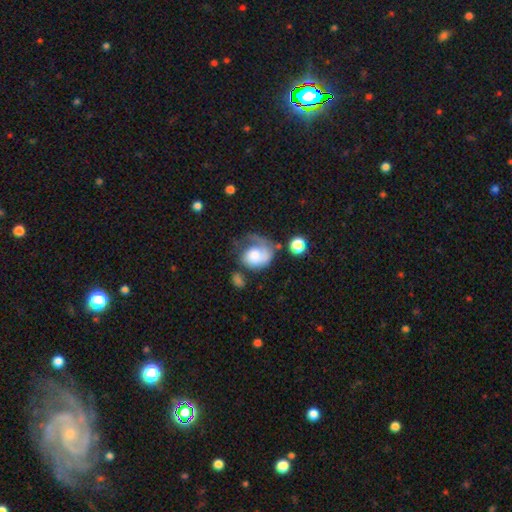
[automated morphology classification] Overall: smooth (48%; featured or disk 44%). Merging: major disturbance (44%; none 27%).